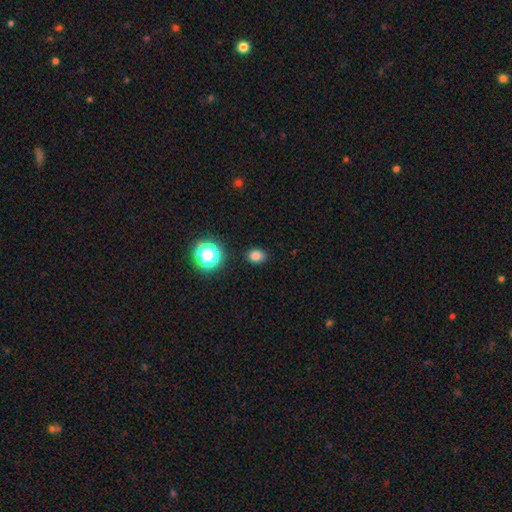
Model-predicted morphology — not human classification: Overall: smooth (79%). How rounded: in between (53%; round 46%). Merging: none (85%).